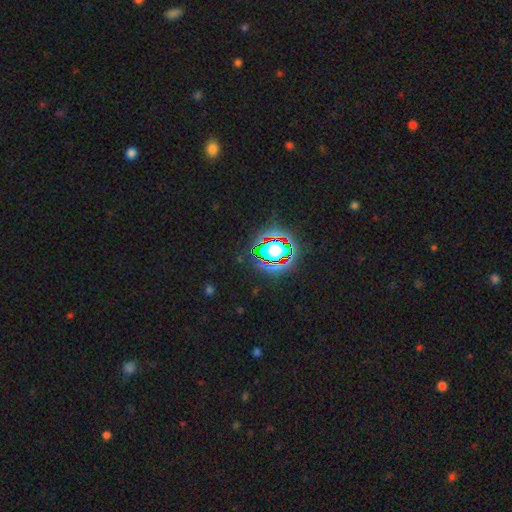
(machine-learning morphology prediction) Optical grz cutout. It shows a star or artifact, not a galaxy (80%).